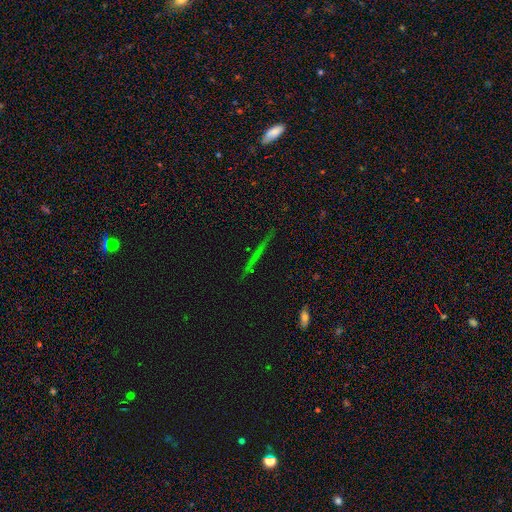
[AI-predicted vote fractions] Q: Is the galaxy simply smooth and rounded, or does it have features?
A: featured or disk — 35%.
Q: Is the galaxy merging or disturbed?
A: none — 87%.